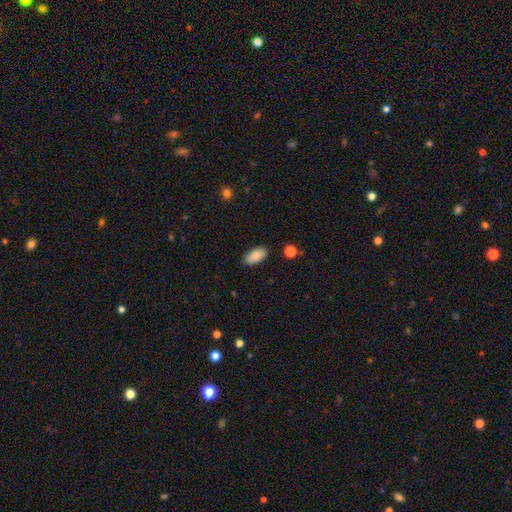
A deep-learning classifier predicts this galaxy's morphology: smooth-or-featured: smooth: 88% | star or artifact: 7% | featured or disk: 5%
  how-rounded: in between: 92% | cigar-shaped: 5% | round: 2%
  merging: none: 88% | minor disturbance: 9% | major disturbance: 2% | merger: 1%